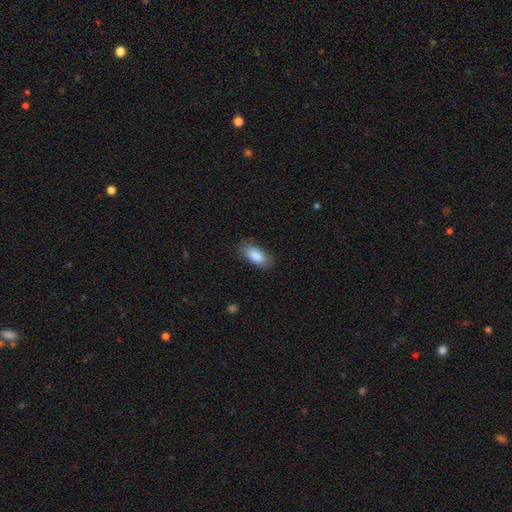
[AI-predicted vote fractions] smooth-or-featured: smooth: 88% | star or artifact: 6% | featured or disk: 6%
  how-rounded: in between: 88% | cigar-shaped: 10% | round: 2%
  merging: none: 82% | minor disturbance: 14% | major disturbance: 3% | merger: 1%